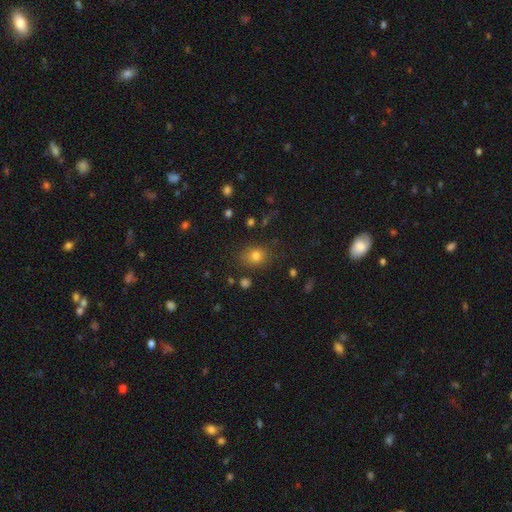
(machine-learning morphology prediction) A smooth galaxy with no disk features (78%) that is round (53%). Merging: none (79%).